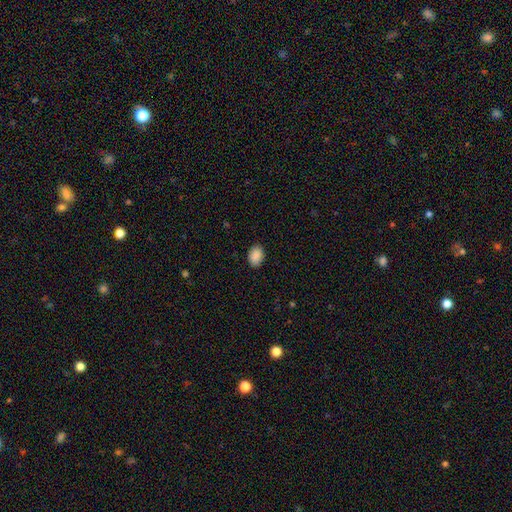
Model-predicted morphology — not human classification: Smooth or featured? Predicted: smooth (p=0.90). How rounded? Predicted: in between (p=0.84). Merging? Predicted: none (p=0.89).